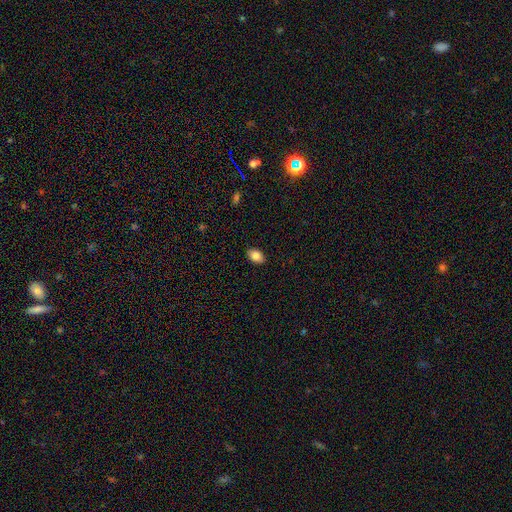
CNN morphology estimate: Smooth or featured?
  - smooth: 86% *
  - star or artifact: 8%
  - featured or disk: 6%
How rounded?
  - in between: 89% *
  - round: 9%
  - cigar-shaped: 1%
Merging?
  - none: 89% *
  - minor disturbance: 8%
  - major disturbance: 2%
  - merger: 1%